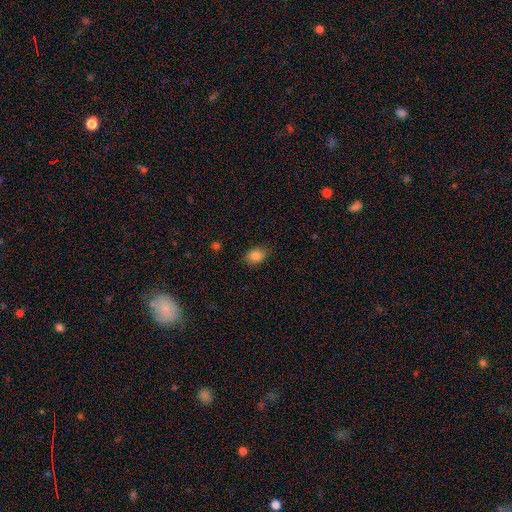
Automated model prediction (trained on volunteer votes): Smooth or featured? smooth (85%)
How rounded? in between (74%)
Merging? none (82%)